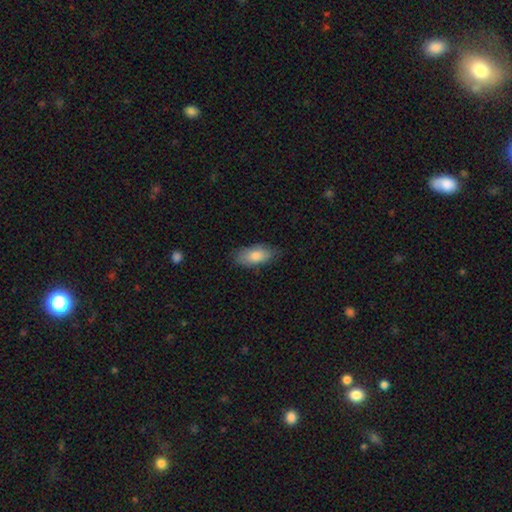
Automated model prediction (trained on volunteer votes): Smooth or featured: smooth — 81% (featured or disk — 13%)
How rounded: in between — 86% (cigar-shaped — 11%)
Merging: none — 79% (minor disturbance — 16%)